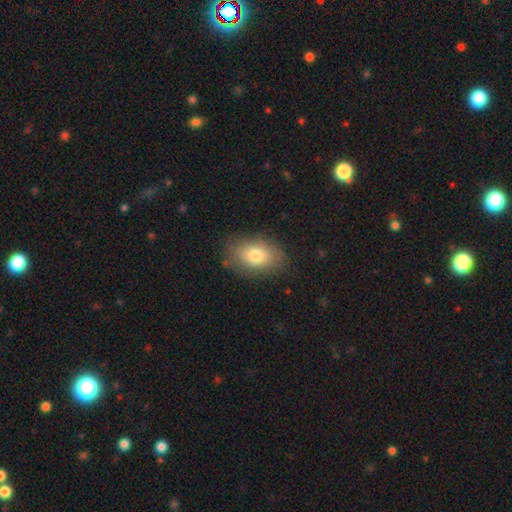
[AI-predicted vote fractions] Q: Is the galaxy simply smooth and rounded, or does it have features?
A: smooth — 78%.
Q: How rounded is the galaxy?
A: in between — 86%.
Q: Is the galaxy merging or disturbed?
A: none — 82%.